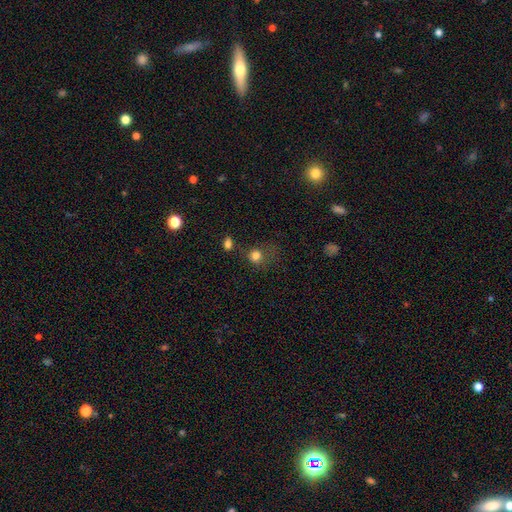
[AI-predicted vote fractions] Smooth or featured? smooth (79%)
How rounded? round (75%)
Merging? none (51%)